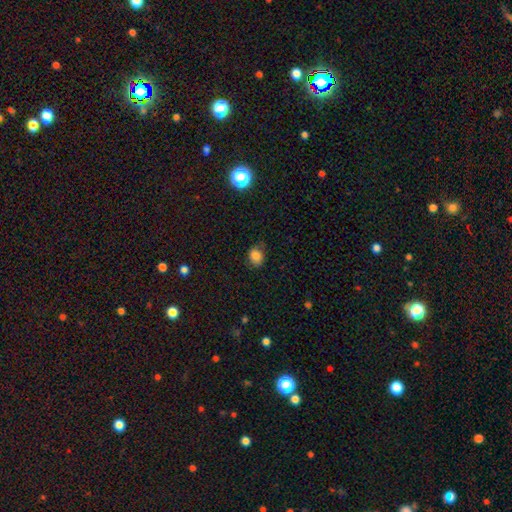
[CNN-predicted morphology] Smooth or featured: smooth — 83% (star or artifact — 11%)
How rounded: round — 53% (in between — 46%)
Merging: none — 72% (minor disturbance — 21%)